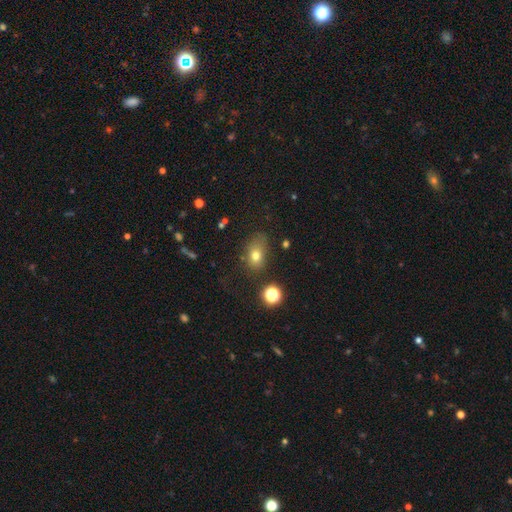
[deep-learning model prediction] Smooth or featured? smooth (73%)
How rounded? in between (72%)
Merging? none (56%)